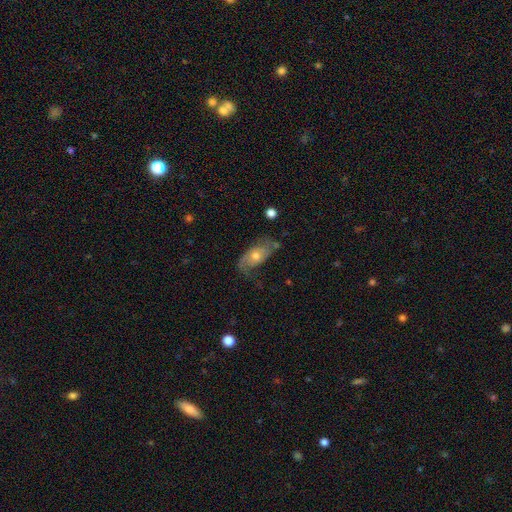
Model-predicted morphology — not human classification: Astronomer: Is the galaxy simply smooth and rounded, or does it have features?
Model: featured or disk — 62%.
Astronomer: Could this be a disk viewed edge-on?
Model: no — 90%.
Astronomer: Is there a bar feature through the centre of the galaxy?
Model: no — 75%.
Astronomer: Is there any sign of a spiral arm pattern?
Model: yes — 83%.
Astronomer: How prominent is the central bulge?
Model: moderate — 60%.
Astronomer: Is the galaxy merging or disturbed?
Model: none — 55%.